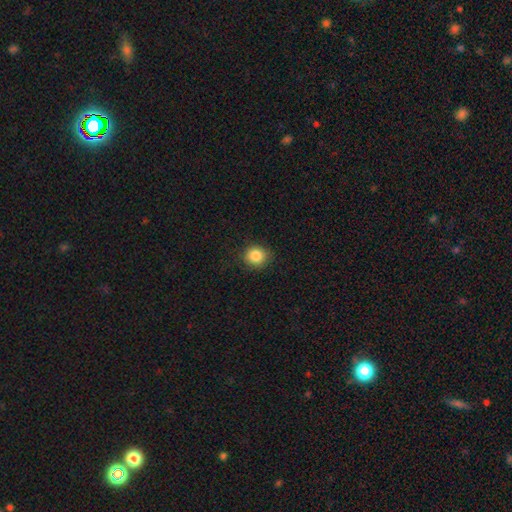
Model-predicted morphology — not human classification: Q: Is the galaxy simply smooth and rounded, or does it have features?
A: smooth — 85%.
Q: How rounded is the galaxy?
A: round — 86%.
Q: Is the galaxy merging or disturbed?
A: none — 87%.